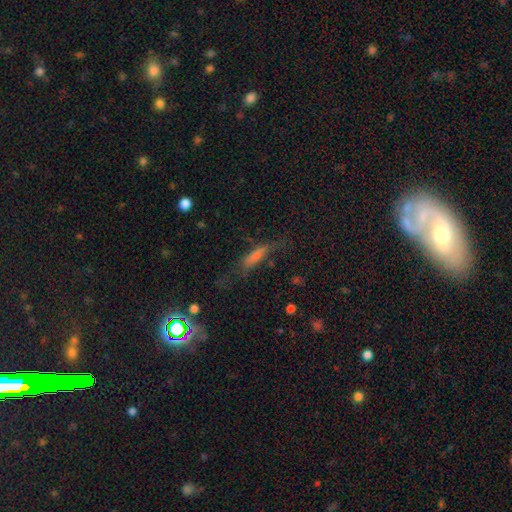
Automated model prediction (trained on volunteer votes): This is possibly a smooth galaxy (55%). How rounded: likely cigar-shaped (73%). Merging: possibly none (53%).